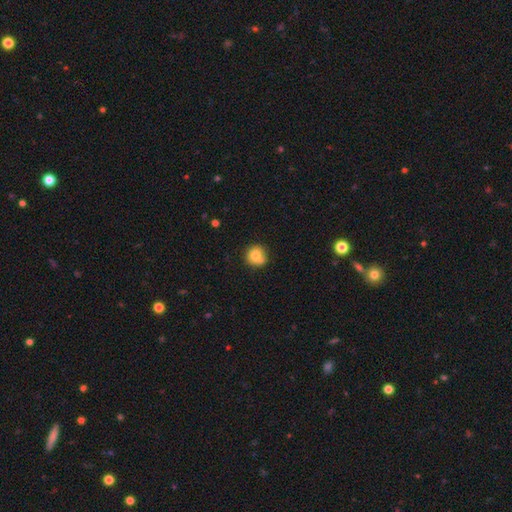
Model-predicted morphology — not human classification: Q: Smooth or featured?
A: smooth (79%); runner-up: featured or disk (11%)
Q: How rounded?
A: round (91%); runner-up: in between (8%)
Q: Merging?
A: none (66%); runner-up: minor disturbance (18%)